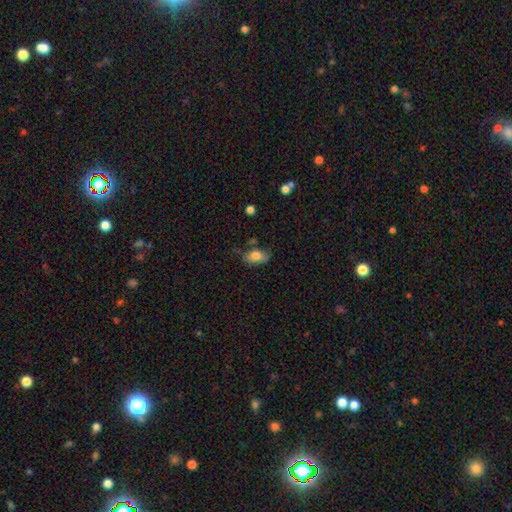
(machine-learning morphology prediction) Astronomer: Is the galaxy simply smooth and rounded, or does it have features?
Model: smooth — 75%.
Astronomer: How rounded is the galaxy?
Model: in between — 88%.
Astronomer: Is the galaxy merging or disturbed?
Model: none — 56%.